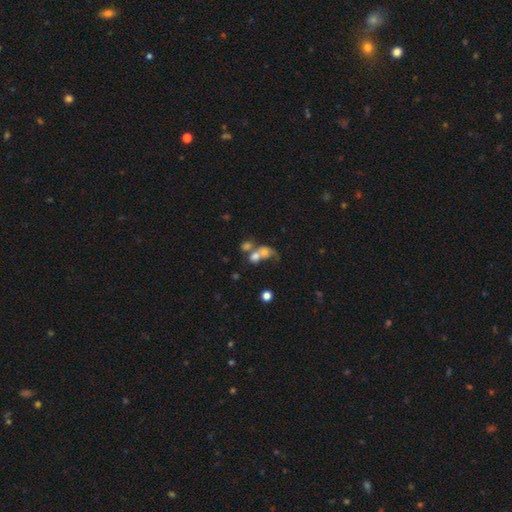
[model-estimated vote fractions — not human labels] Smooth or featured: smooth — 58% (featured or disk — 29%)
How rounded: in between — 52% (round — 46%)
Merging: merger — 64% (none — 16%)